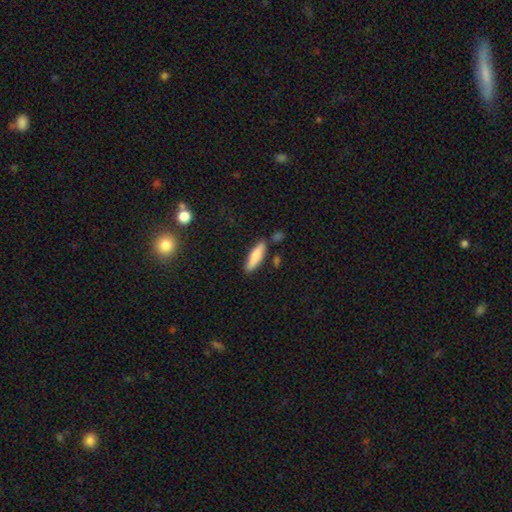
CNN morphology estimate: Smooth or featured: smooth — 77% (featured or disk — 16%)
How rounded: cigar-shaped — 65% (in between — 33%)
Merging: none — 79% (minor disturbance — 12%)